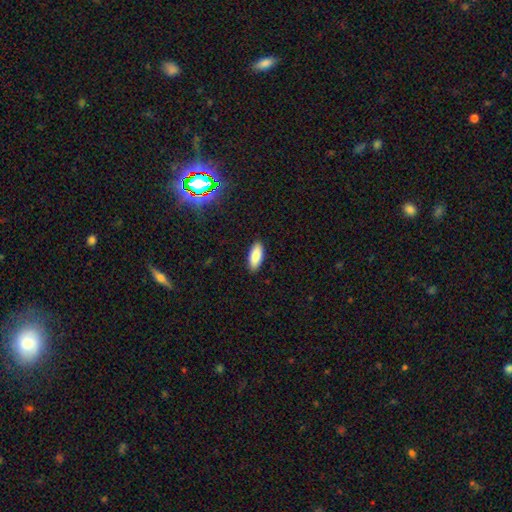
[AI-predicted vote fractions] This appears to be a smooth galaxy with no disk features (86%) that is in between round and cigar-shaped (81%). Merging: none (89%).